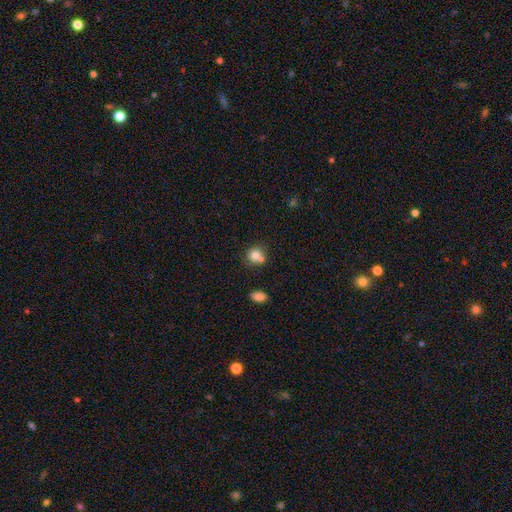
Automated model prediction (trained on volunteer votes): Q: Smooth or featured?
A: smooth (78%); runner-up: featured or disk (11%)
Q: How rounded?
A: round (83%); runner-up: in between (16%)
Q: Merging?
A: none (53%); runner-up: merger (31%)